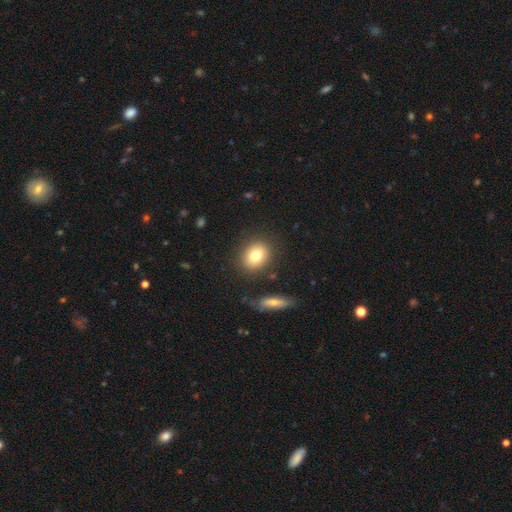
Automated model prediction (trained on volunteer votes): Overall: smooth (79%). How rounded: round (54%; in between 44%). Merging: none (83%).